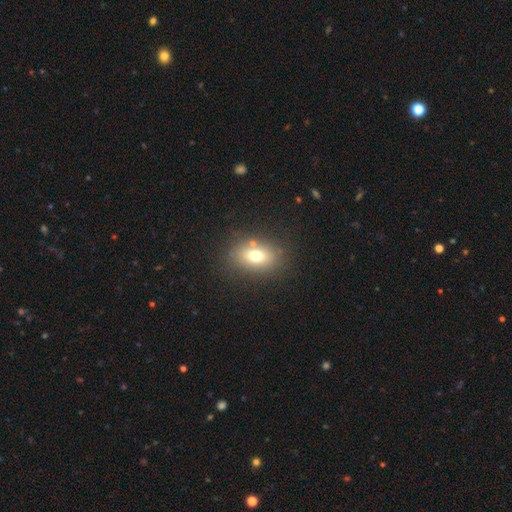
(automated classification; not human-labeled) smooth-or-featured: smooth: 73% | featured or disk: 15% | star or artifact: 12%
  how-rounded: in between: 74% | round: 24% | cigar-shaped: 2%
  merging: none: 78% | minor disturbance: 12% | merger: 6% | major disturbance: 4%